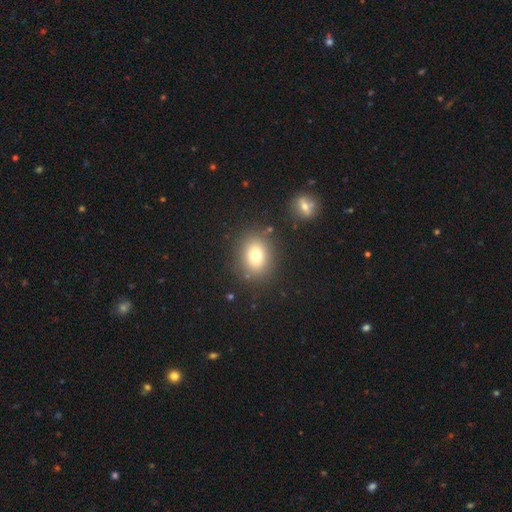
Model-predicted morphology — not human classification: This appears to be a smooth galaxy with no disk features (75%) that is round (55%). Merging: none (82%).